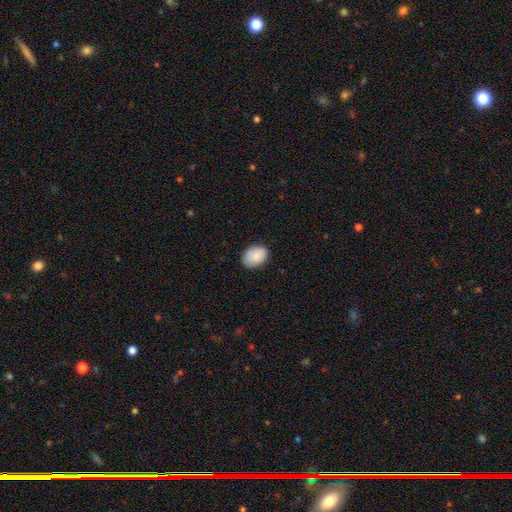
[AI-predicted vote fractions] smooth-or-featured: smooth: 86% | featured or disk: 7% | star or artifact: 7%
  how-rounded: in between: 77% | round: 22% | cigar-shaped: 1%
  merging: none: 84% | minor disturbance: 12% | major disturbance: 2% | merger: 1%